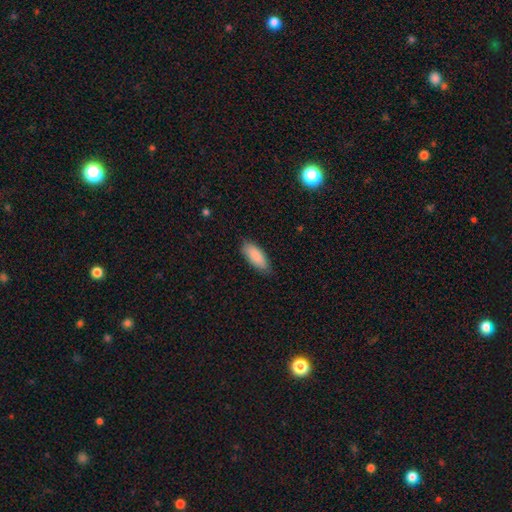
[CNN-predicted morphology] type=smooth (89%); roundness=in between (78%); merging=none (81%).